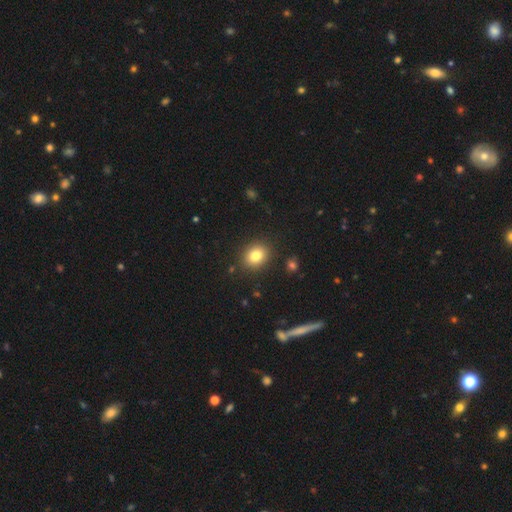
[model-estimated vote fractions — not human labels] Morphology: type=smooth (82%); roundness=round (54%); merging=none (88%).